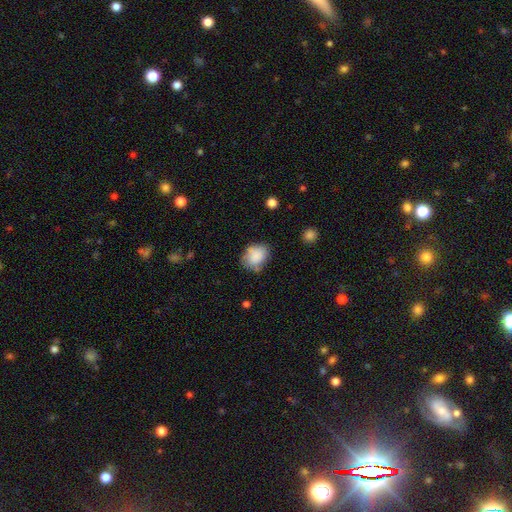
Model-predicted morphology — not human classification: Smooth or featured? smooth (83%)
How rounded? in between (56%)
Merging? none (61%)